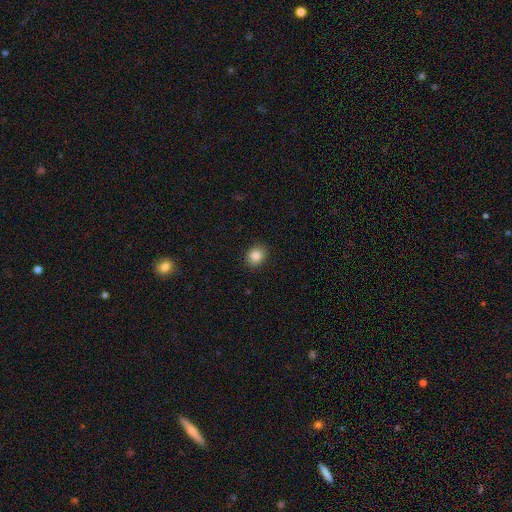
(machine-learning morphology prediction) type=smooth (85%); roundness=round (64%); merging=none (90%).